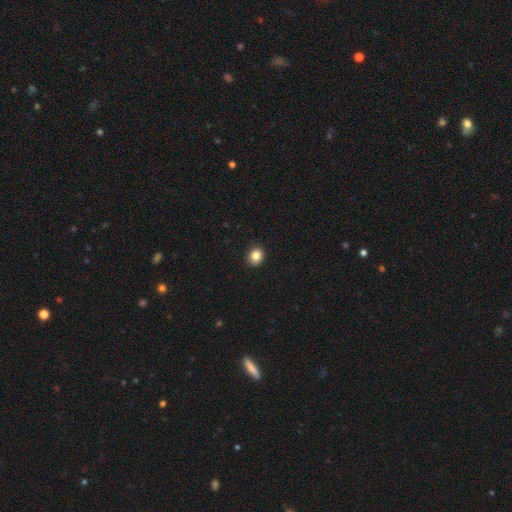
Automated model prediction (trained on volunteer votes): This is clearly a smooth galaxy (85%). How rounded: likely round (68%). Merging: clearly none (92%).